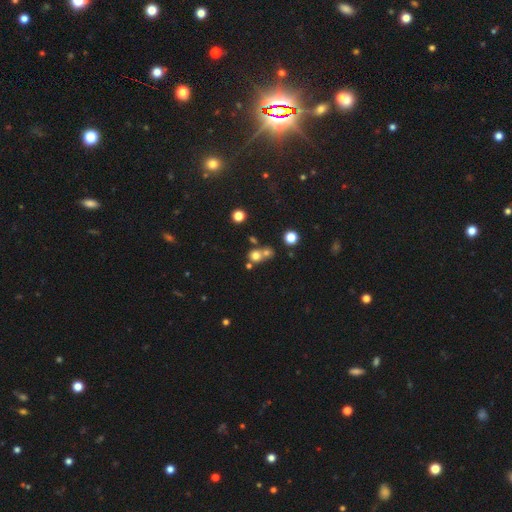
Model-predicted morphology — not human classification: Q: Smooth or featured?
A: smooth (70%); runner-up: star or artifact (18%)
Q: How rounded?
A: round (83%); runner-up: in between (16%)
Q: Merging?
A: merger (45%); runner-up: none (44%)